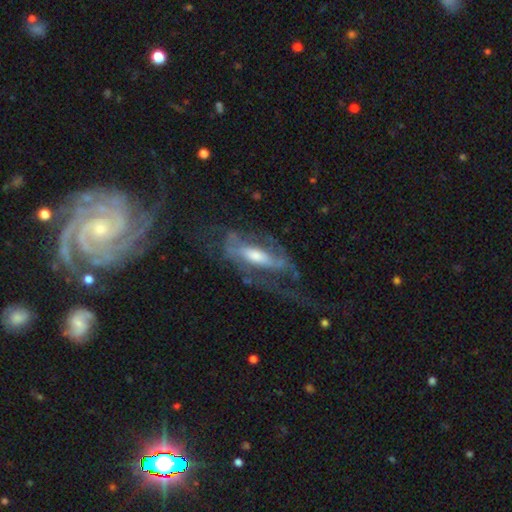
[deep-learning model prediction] A featured or disk galaxy (76%) with a strong bar (40%), spiral arms (80%) and a moderate central bulge (54%). Merging: major disturbance (41%).